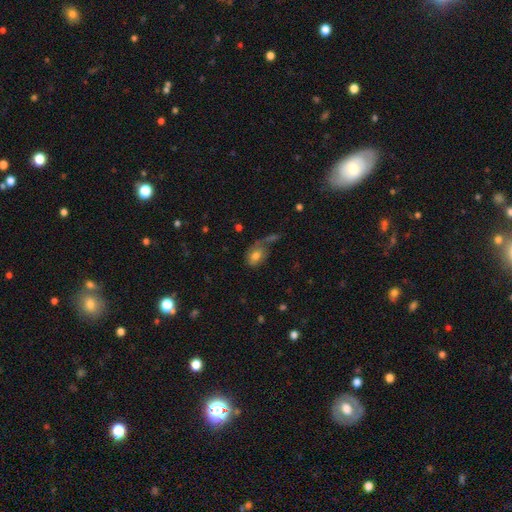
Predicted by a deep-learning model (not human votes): Overall: smooth (69%). How rounded: in between (81%). Merging: none (42%; merger 20%).